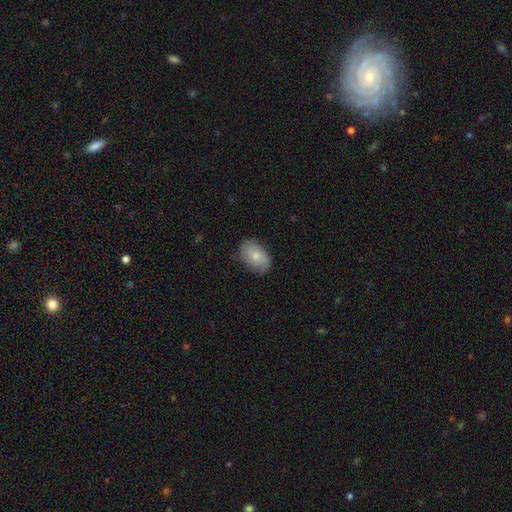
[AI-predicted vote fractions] The model was most divided on "smooth or featured": smooth: 77%, featured or disk: 17%, star or artifact: 6%. More confident: how rounded — in between (89%); merging — none (80%).